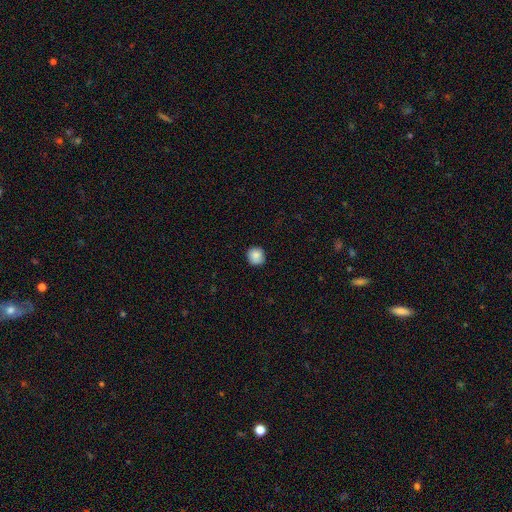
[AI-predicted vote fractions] This is clearly a smooth galaxy (86%). How rounded: clearly round (91%). Merging: clearly none (85%).